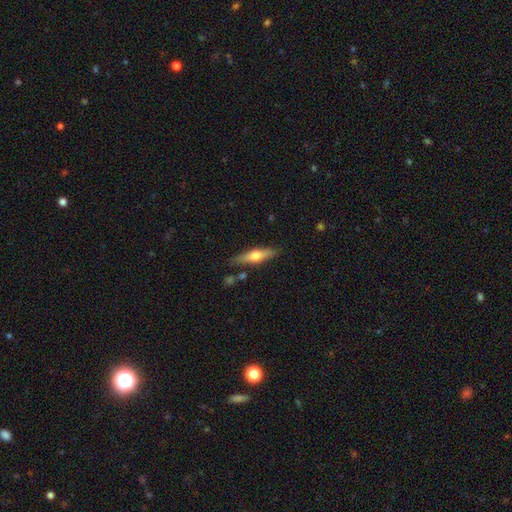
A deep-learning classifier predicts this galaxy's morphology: A smooth galaxy with no disk features (47%, tied with featured or disk).

Vote fractions:
- Smooth or featured? smooth: 47% (tied) / featured or disk: 47% (tied) / star or artifact: 6%
- Merging? none: 80% / minor disturbance: 13% / merger: 4% / major disturbance: 3%